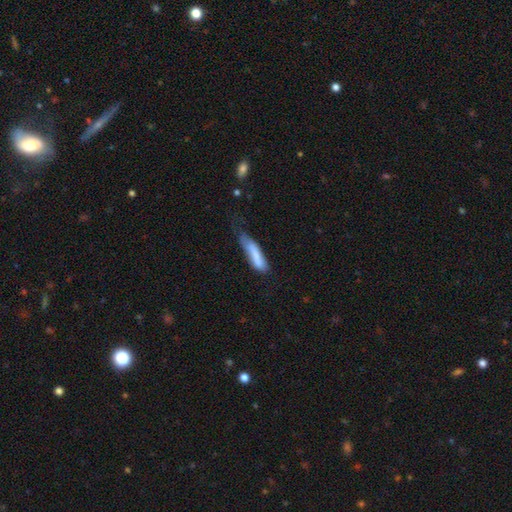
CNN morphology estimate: Q: Smooth or featured?
A: smooth (78%); runner-up: featured or disk (16%)
Q: How rounded?
A: cigar-shaped (72%); runner-up: in between (26%)
Q: Merging?
A: minor disturbance (39%); runner-up: none (34%)